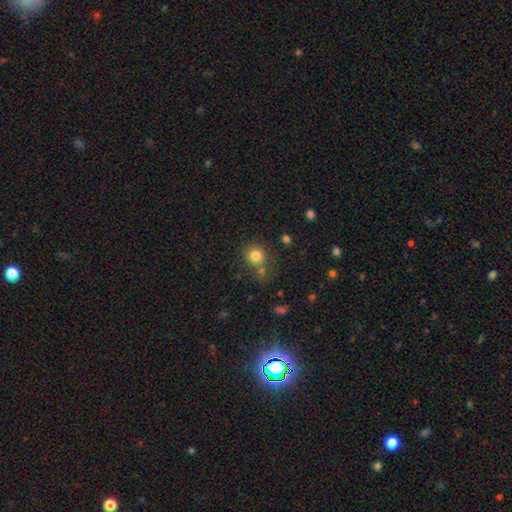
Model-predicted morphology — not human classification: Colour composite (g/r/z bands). It shows a smooth galaxy with no disk features (81%) that is round (87%). Merging: none (65%).